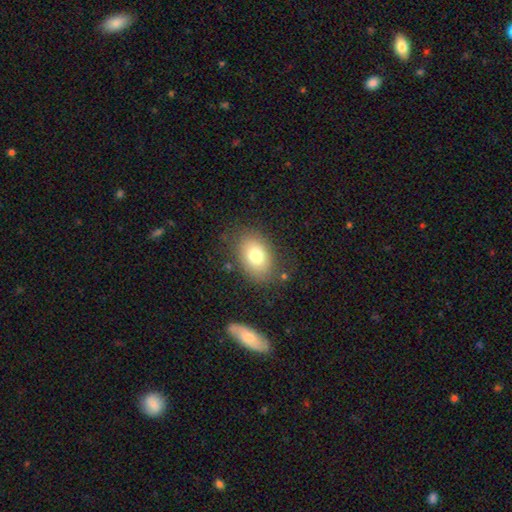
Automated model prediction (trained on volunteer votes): Smooth or featured: smooth — 77% (featured or disk — 14%)
How rounded: in between — 82% (round — 17%)
Merging: none — 79% (minor disturbance — 14%)